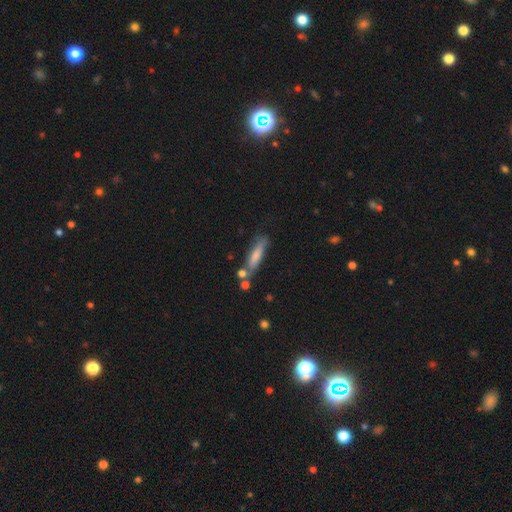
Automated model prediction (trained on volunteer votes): This appears to be a smooth galaxy with no disk features (69%) that is cigar-shaped (78%). Merging: none (62%).